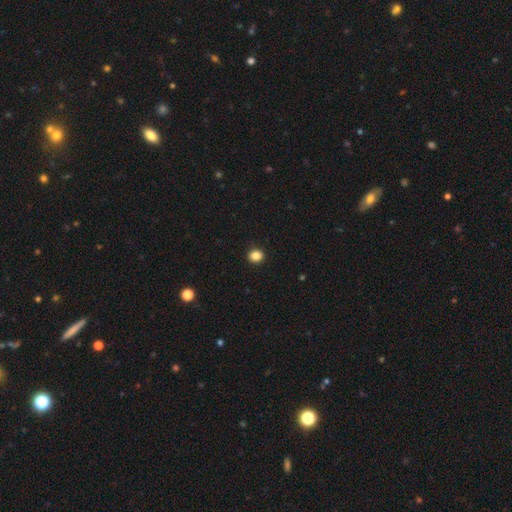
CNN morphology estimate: Smooth or featured: smooth — 86% (star or artifact — 10%)
How rounded: round — 73% (in between — 26%)
Merging: none — 92% (minor disturbance — 6%)